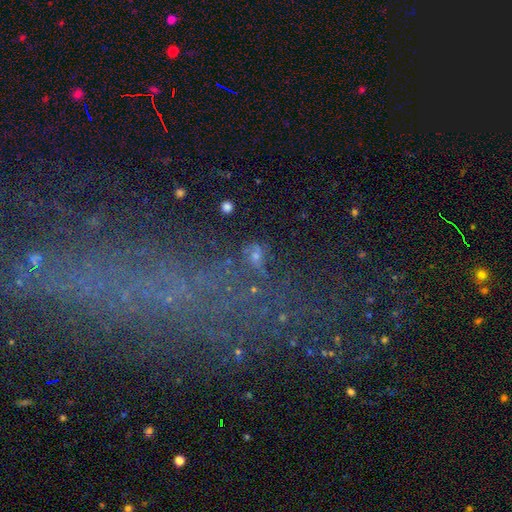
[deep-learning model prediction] Smooth or featured? Predicted: star or artifact (p=0.46).